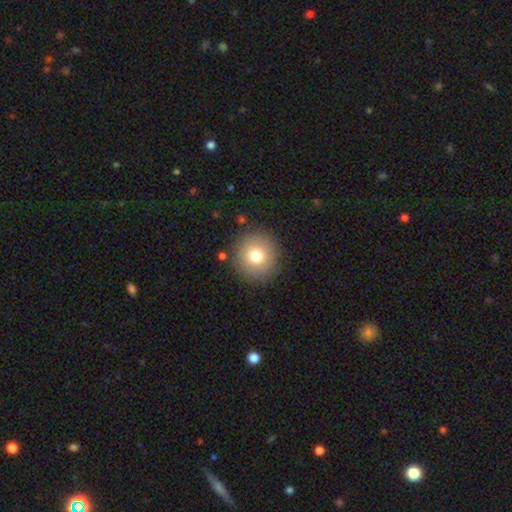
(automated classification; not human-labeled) smooth_or_featured: smooth (p=0.77) [alt: featured or disk p=0.13]
how_rounded: round (p=0.95) [alt: in between p=0.04]
merging: none (p=0.88) [alt: minor disturbance p=0.08]